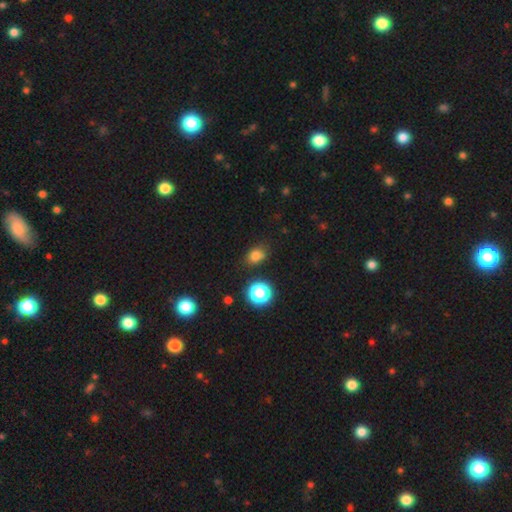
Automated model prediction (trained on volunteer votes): Overall: smooth (78%). How rounded: in between (61%; round 38%). Merging: none (78%).